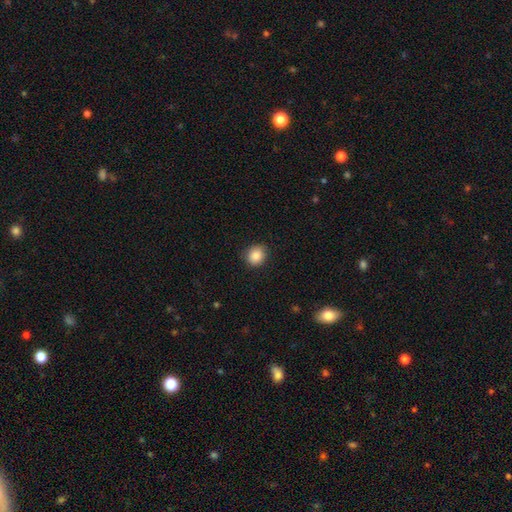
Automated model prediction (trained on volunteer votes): Smooth or featured? Predicted: smooth (p=0.88). How rounded? Predicted: round (p=0.77). Merging? Predicted: none (p=0.88).